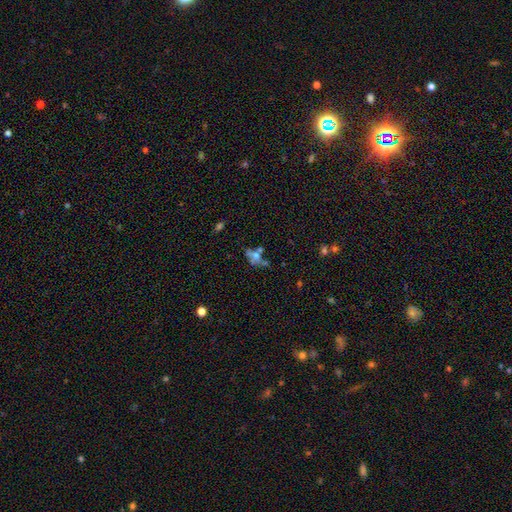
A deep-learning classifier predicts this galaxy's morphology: type=smooth (42%); merging=none (40%).